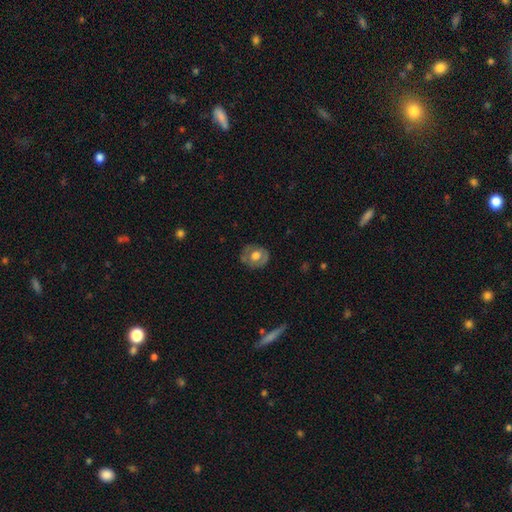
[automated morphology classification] Overall: smooth (51%; featured or disk 42%). How rounded: round (68%; in between 31%). Merging: none (73%).